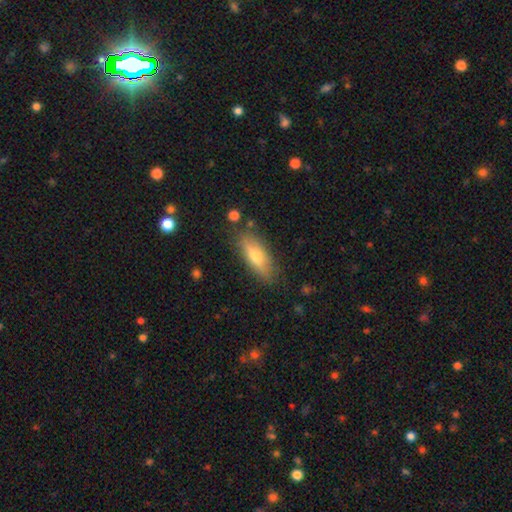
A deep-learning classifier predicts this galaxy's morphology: The model was most divided on "how rounded": in between: 61%, cigar-shaped: 36%, round: 3%. More confident: merging — none (81%); smooth or featured — smooth (63%).